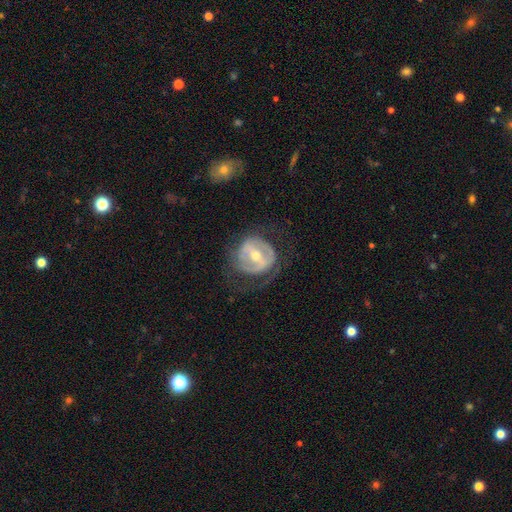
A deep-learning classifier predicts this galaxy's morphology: Overall: featured or disk (75%). Edge-on disk: no (95%). Bar: strong (51%; weak 34%). Spiral arms: yes (56%; no 44%). Bulge size: moderate (58%; small 38%). Merging: none (60%; major disturbance 20%).